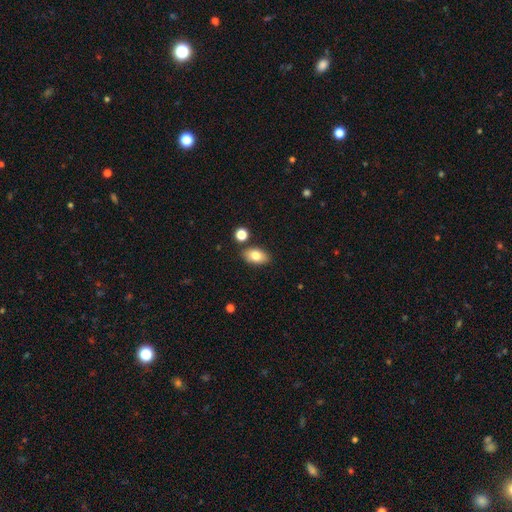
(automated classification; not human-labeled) Overall: smooth (79%). How rounded: in between (90%). Merging: none (82%).